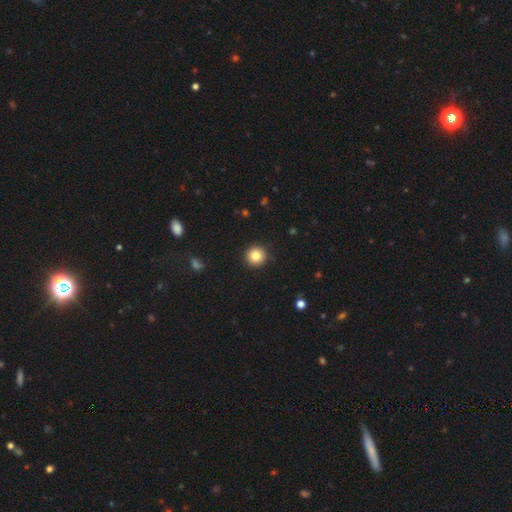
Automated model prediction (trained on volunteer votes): Q: Smooth or featured?
A: smooth (83%); runner-up: star or artifact (10%)
Q: How rounded?
A: round (96%); runner-up: in between (3%)
Q: Merging?
A: none (92%); runner-up: minor disturbance (5%)